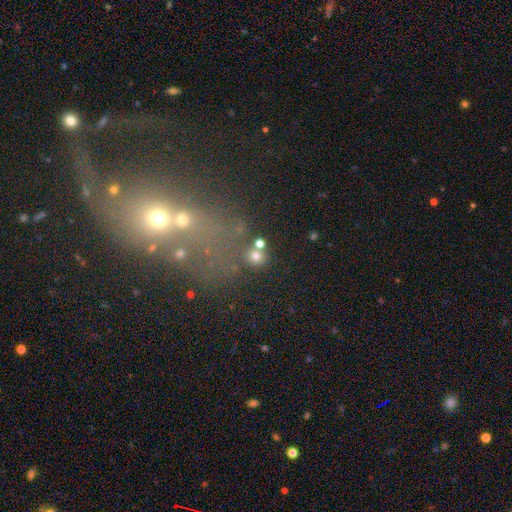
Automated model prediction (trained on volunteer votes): This appears to be a smooth galaxy with no disk features (71%) that is round (87%). Merging: none (71%).